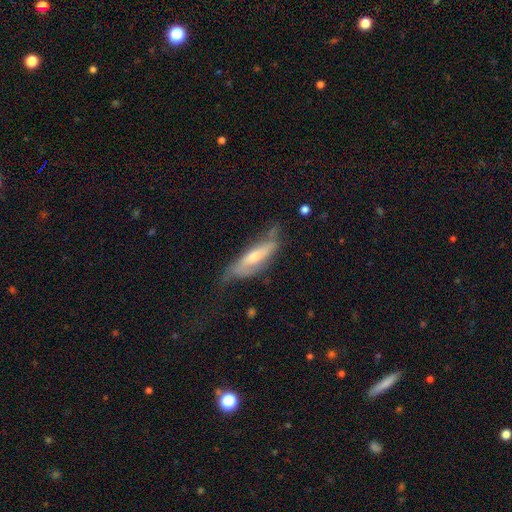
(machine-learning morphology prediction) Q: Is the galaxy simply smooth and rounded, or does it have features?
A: featured or disk — 54%.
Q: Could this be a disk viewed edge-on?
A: yes — 52%.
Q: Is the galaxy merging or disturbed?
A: none — 47%.